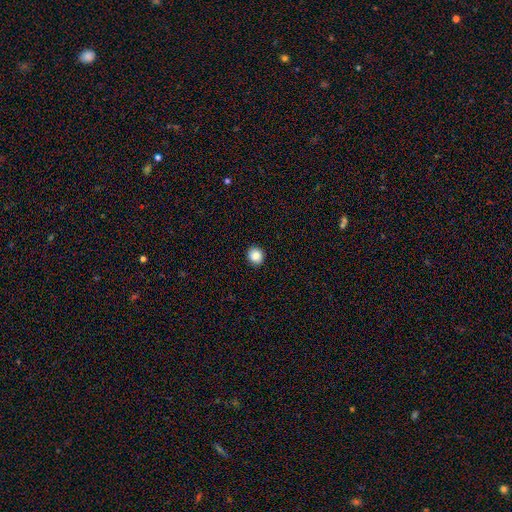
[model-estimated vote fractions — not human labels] Smooth or featured? smooth (85%)
How rounded? round (86%)
Merging? none (92%)